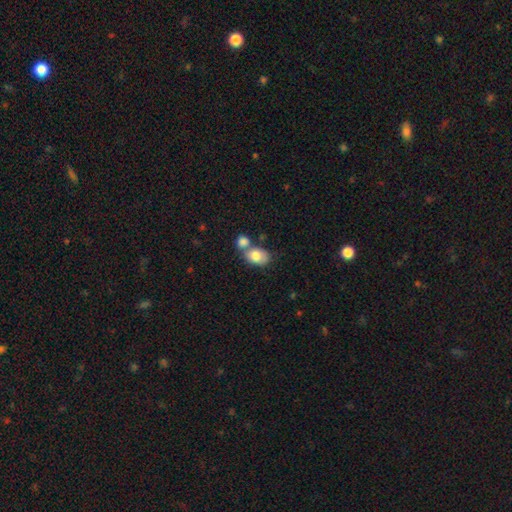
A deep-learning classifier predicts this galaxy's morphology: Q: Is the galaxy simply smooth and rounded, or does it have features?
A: smooth — 80%.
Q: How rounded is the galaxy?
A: in between — 77%.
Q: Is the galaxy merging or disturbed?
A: merger — 49%.